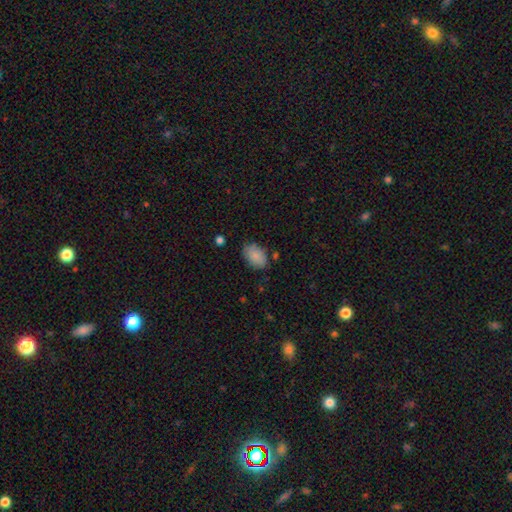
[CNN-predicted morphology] smooth_or_featured: smooth (p=0.84) [alt: featured or disk p=0.09]
how_rounded: in between (p=0.86) [alt: round p=0.12]
merging: none (p=0.73) [alt: minor disturbance p=0.20]